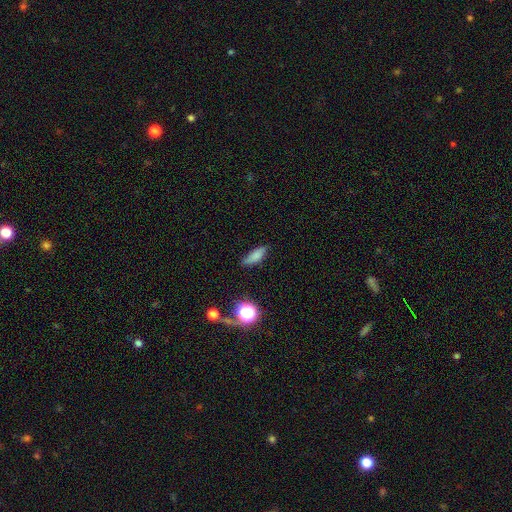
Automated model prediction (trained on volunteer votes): A smooth galaxy with no disk features (74%) that is in between round and cigar-shaped (58%). Merging: none (67%).